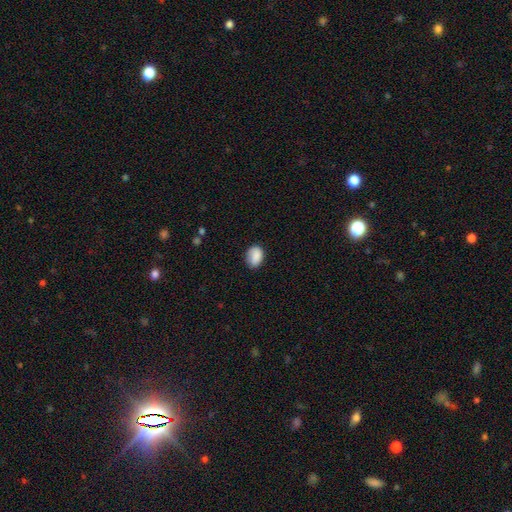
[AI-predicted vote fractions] This is clearly a smooth galaxy (86%). How rounded: likely in between (69%). Merging: likely none (72%).